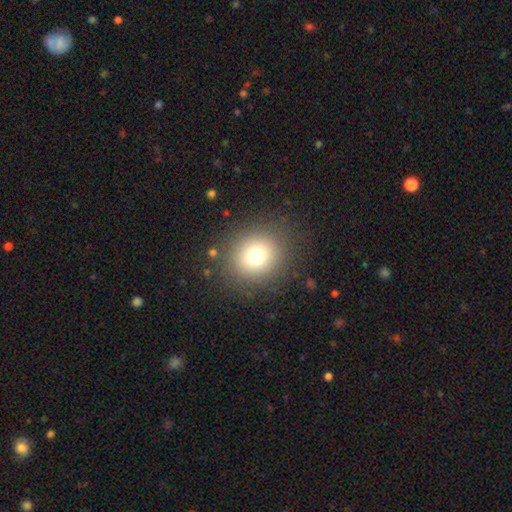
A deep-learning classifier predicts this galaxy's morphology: A smooth galaxy with no disk features (73%) that is round (87%). Merging: none (86%).